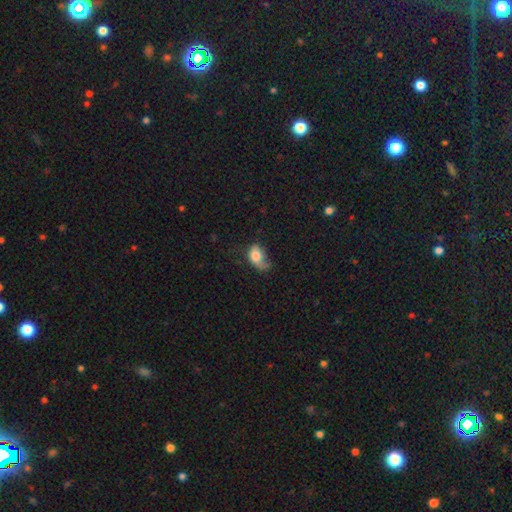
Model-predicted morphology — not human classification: smooth-or-featured: smooth: 69% | featured or disk: 23% | star or artifact: 8%
  how-rounded: in between: 82% | round: 16% | cigar-shaped: 2%
  merging: major disturbance: 34% | minor disturbance: 33% | none: 28% | merger: 4%